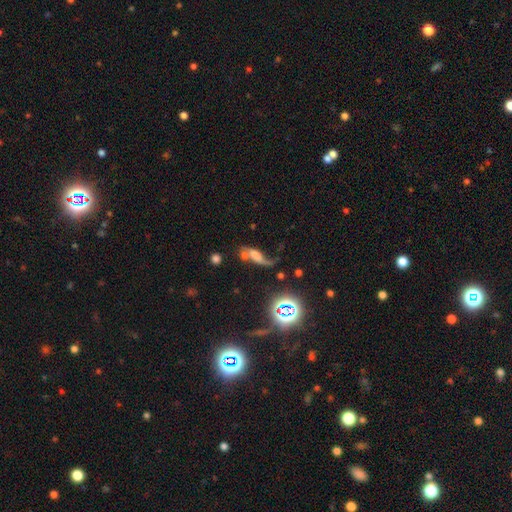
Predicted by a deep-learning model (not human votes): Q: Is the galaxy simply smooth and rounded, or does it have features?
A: smooth — 40%, tied with featured or disk.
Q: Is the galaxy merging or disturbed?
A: none — 29%.